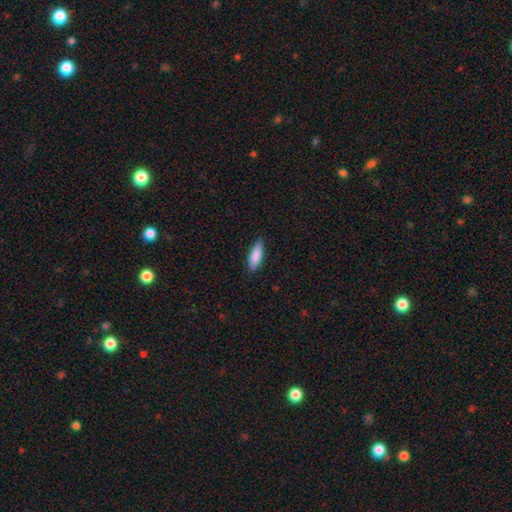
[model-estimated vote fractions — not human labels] Smooth or featured? Predicted: smooth (p=0.86). How rounded? Predicted: in between (p=0.54). Merging? Predicted: none (p=0.86).